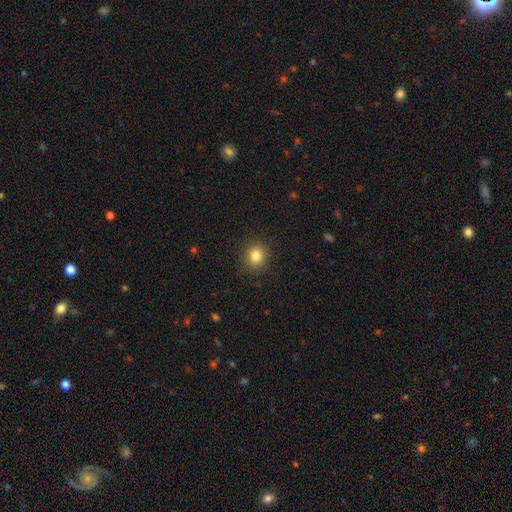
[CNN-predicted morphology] smooth-or-featured: smooth: 84% | star or artifact: 11% | featured or disk: 5%
  how-rounded: round: 81% | in between: 18% | cigar-shaped: 1%
  merging: none: 89% | minor disturbance: 7% | major disturbance: 2% | merger: 1%